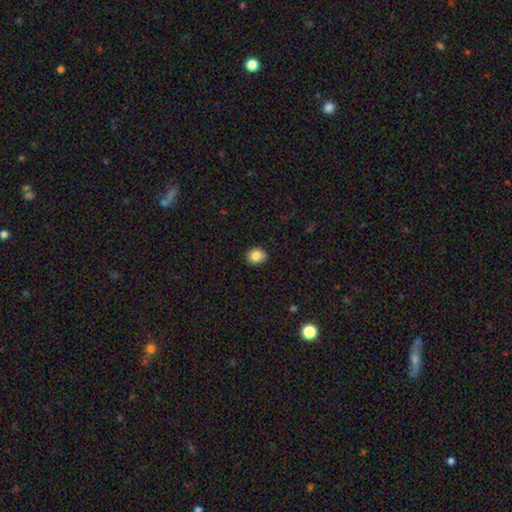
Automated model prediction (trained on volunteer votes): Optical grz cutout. It shows a smooth galaxy with no disk features (85%) that is in between round and cigar-shaped (51%). Merging: none (84%).